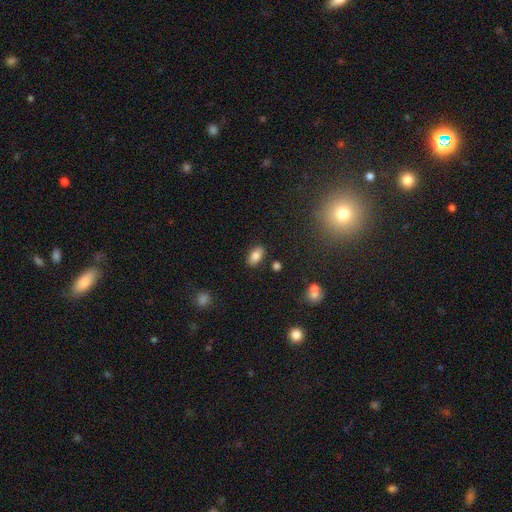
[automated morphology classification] Q: Smooth or featured?
A: smooth (82%); runner-up: featured or disk (9%)
Q: How rounded?
A: in between (92%); runner-up: round (5%)
Q: Merging?
A: none (85%); runner-up: minor disturbance (10%)